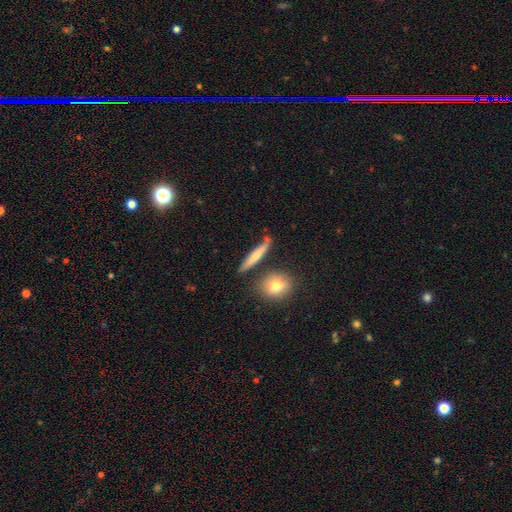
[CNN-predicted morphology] Smooth or featured?
  - smooth: 59% *
  - featured or disk: 34%
  - star or artifact: 7%
How rounded?
  - cigar-shaped: 85% *
  - in between: 10%
  - round: 5%
Merging?
  - none: 79% *
  - minor disturbance: 12%
  - merger: 6%
  - major disturbance: 3%